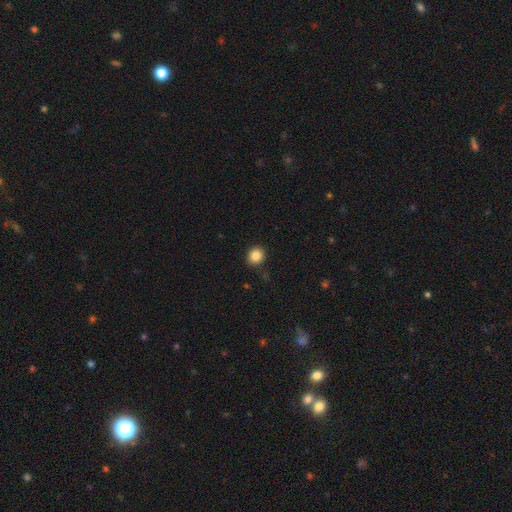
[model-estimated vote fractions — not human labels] Overall: smooth (85%). How rounded: round (83%). Merging: none (90%).